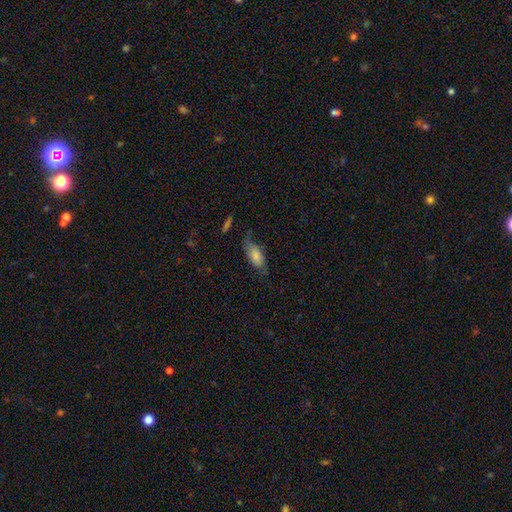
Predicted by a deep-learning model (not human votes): Overall: smooth (77%). How rounded: in between (84%). Merging: none (53%; minor disturbance 32%).